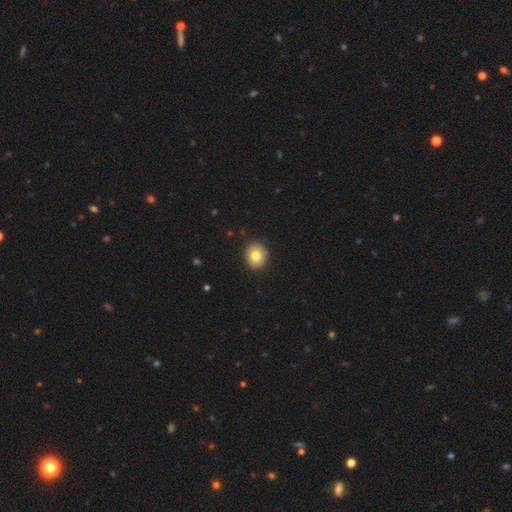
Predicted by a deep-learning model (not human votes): This appears to be a smooth galaxy with no disk features (81%) that is round (69%). Merging: none (90%).